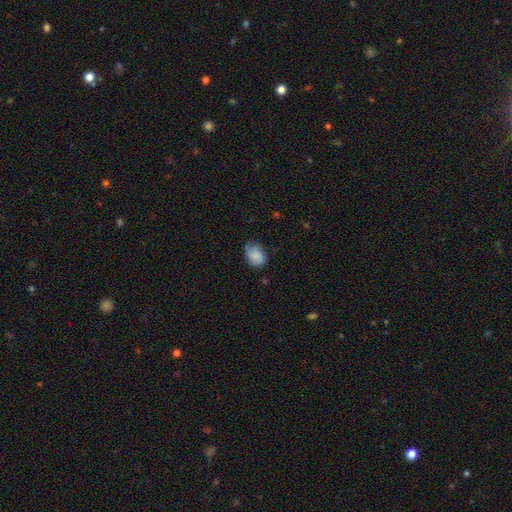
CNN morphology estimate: Overall: smooth (78%). How rounded: in between (74%). Merging: none (57%; minor disturbance 32%).